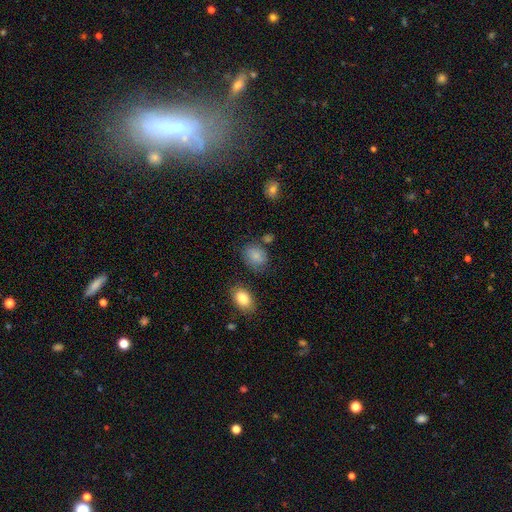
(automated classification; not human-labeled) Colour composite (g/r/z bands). It shows a smooth galaxy with no disk features (83%) that is in between round and cigar-shaped (65%). Merging: none (70%).